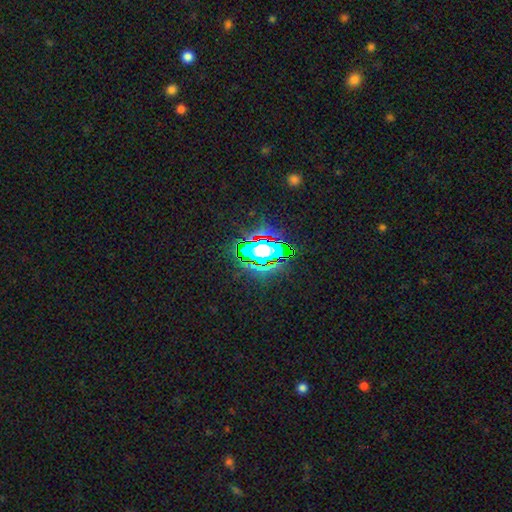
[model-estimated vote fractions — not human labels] This is clearly a star or artifact rather than a galaxy (80%).